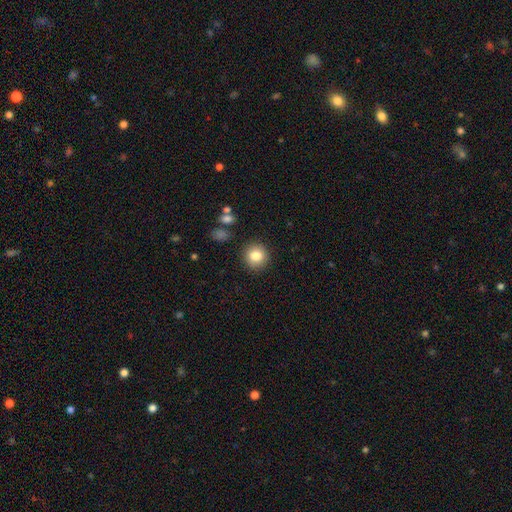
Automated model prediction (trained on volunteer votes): Q: Smooth or featured?
A: smooth (82%); runner-up: star or artifact (10%)
Q: How rounded?
A: round (92%); runner-up: in between (7%)
Q: Merging?
A: none (90%); runner-up: minor disturbance (6%)